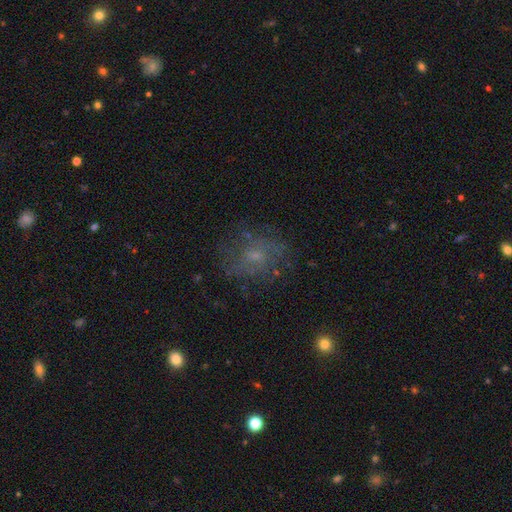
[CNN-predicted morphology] Smooth or featured? Predicted: featured or disk (p=0.45). Merging? Predicted: none (p=0.65).